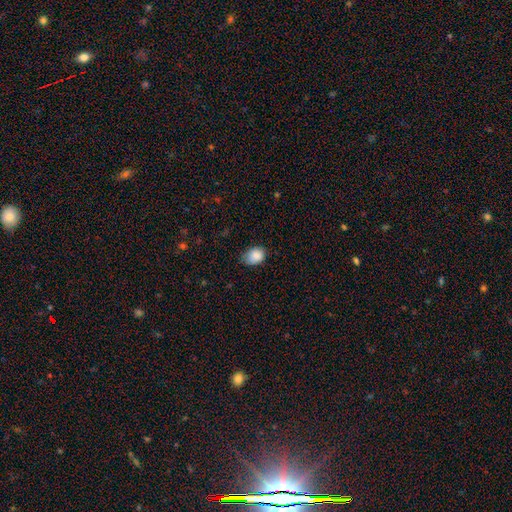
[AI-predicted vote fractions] smooth 87%, star or artifact 8%, featured or disk 5%. Down the decision tree: how rounded — in between (66%); merging — none (64%).